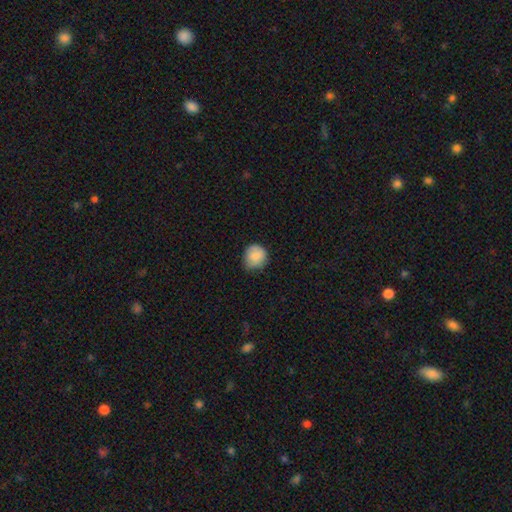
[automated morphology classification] Smooth or featured?
  - smooth: 84% *
  - featured or disk: 8%
  - star or artifact: 8%
How rounded?
  - round: 84% *
  - in between: 16%
  - cigar-shaped: 1%
Merging?
  - none: 67% *
  - minor disturbance: 28%
  - major disturbance: 4%
  - merger: 1%